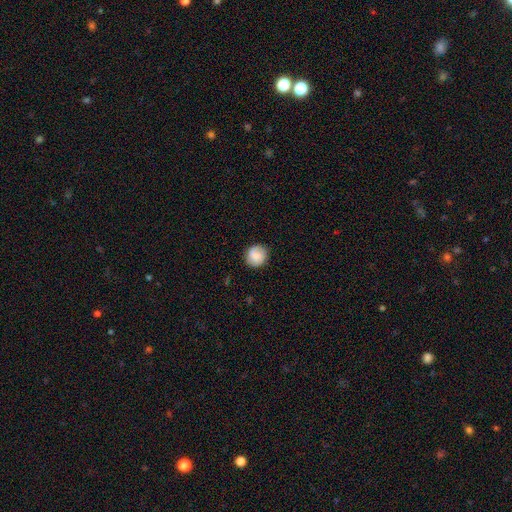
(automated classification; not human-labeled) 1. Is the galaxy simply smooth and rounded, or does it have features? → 78% smooth, 14% featured or disk, 8% star or artifact.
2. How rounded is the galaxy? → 89% round, 10% in between, 1% cigar-shaped.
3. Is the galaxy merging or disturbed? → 86% none, 10% minor disturbance, 3% major disturbance, 1% merger.